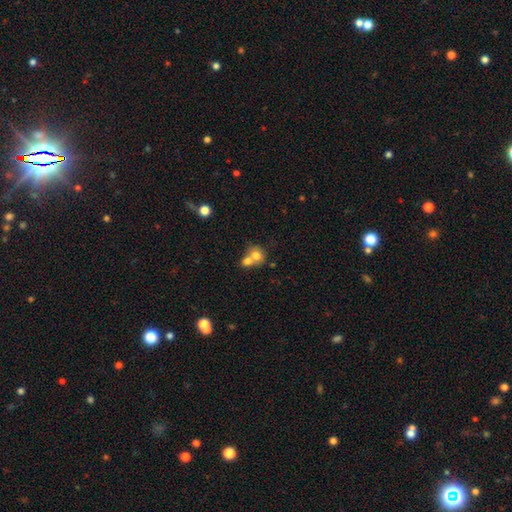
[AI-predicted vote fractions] Smooth or featured? Predicted: smooth (p=0.73). How rounded? Predicted: round (p=0.67). Merging? Predicted: merger (p=0.64).